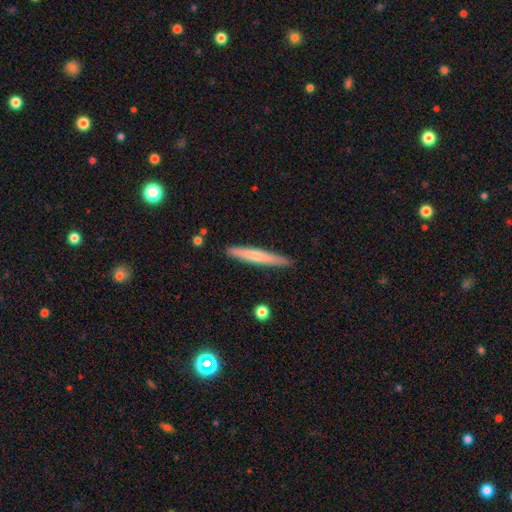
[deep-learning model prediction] This is likely a smooth galaxy (60%). How rounded: clearly cigar-shaped (96%). Merging: clearly none (89%).